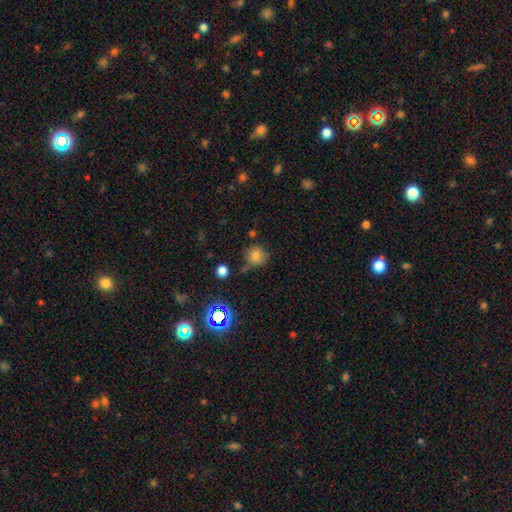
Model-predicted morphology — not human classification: Smooth or featured? Predicted: smooth (p=0.75). How rounded? Predicted: round (p=0.90). Merging? Predicted: none (p=0.68).